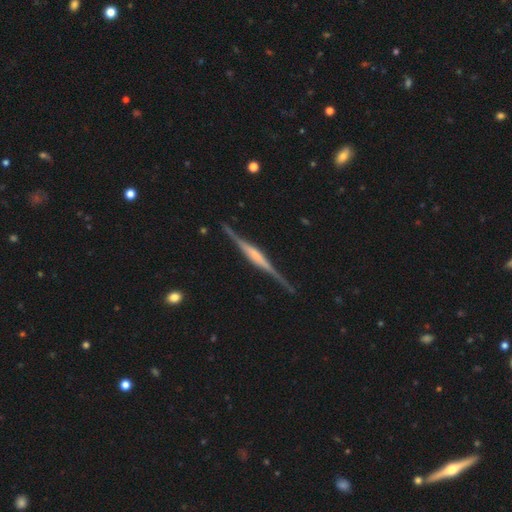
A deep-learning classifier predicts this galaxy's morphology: Q: Smooth or featured?
A: featured or disk (84%); runner-up: smooth (11%)
Q: Edge-on disk?
A: yes (98%); runner-up: no (2%)
Q: Edge-on bulge?
A: rounded (52%); runner-up: boxy (33%)
Q: Merging?
A: none (87%); runner-up: minor disturbance (10%)